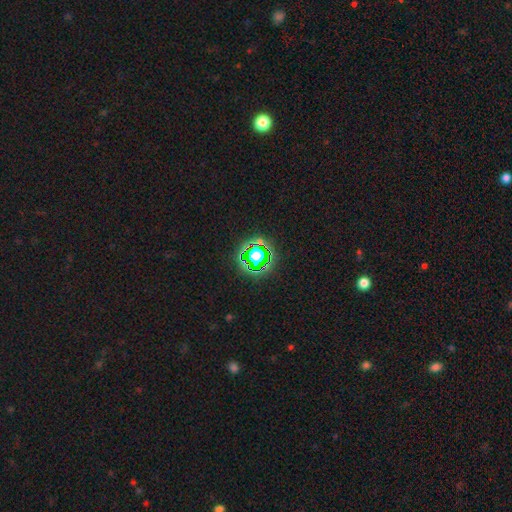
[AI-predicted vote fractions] A star or artifact, not a galaxy (59%).

Vote fractions:
- Smooth or featured? star or artifact: 59% / smooth: 27% / featured or disk: 14%